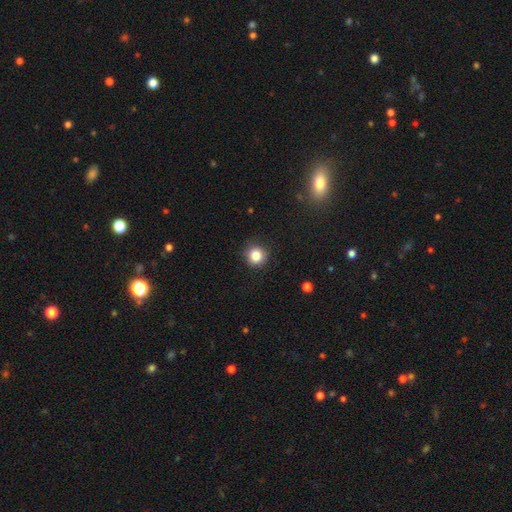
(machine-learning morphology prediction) This appears to be a smooth galaxy with no disk features (84%) that is round (93%). Merging: none (89%).